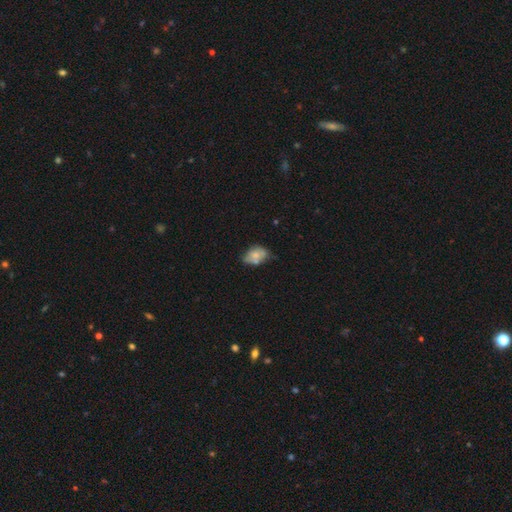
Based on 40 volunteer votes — Q: Smooth or featured?
A: smooth (68%); runner-up: featured or disk (25%)
Q: How rounded?
A: in between (89%); runner-up: round (11%)
Q: Merging?
A: minor disturbance (46%); runner-up: none (35%)